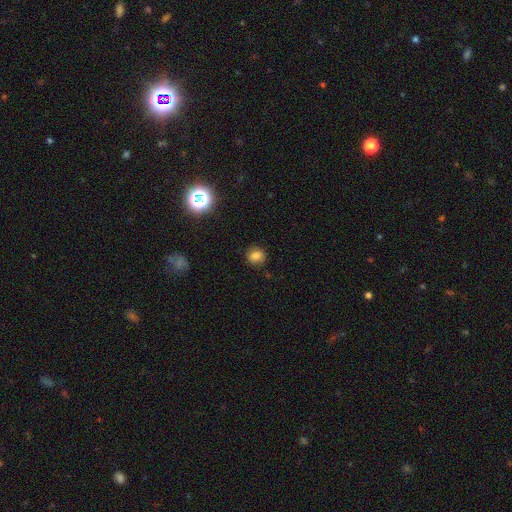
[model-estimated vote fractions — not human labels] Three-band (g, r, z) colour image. It shows a smooth galaxy with no disk features (79%) that is round (78%). Merging: none (86%).